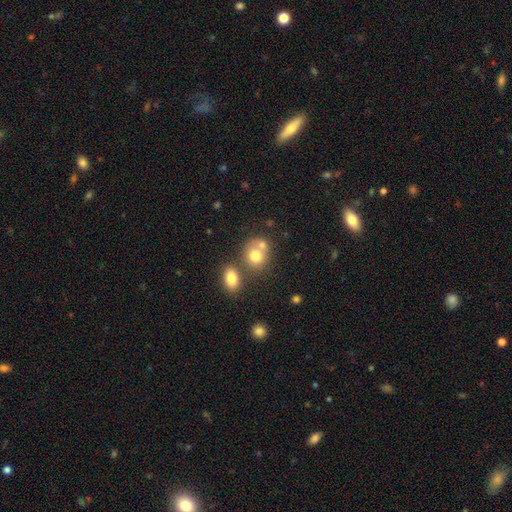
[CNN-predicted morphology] Q: Smooth or featured?
A: smooth (74%); runner-up: featured or disk (16%)
Q: How rounded?
A: round (70%); runner-up: in between (29%)
Q: Merging?
A: merger (46%); runner-up: none (39%)